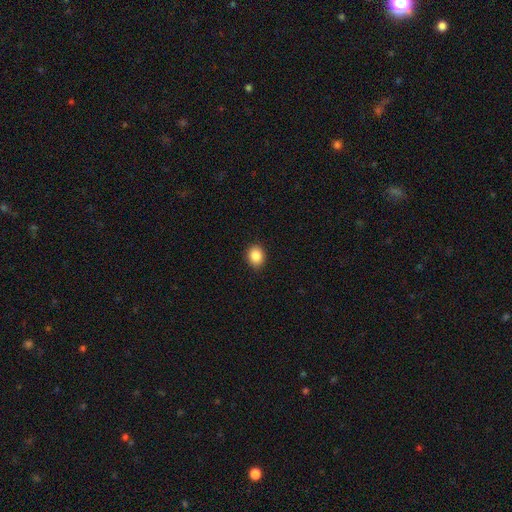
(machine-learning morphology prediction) Smooth or featured: smooth — 87% (star or artifact — 9%)
How rounded: round — 57% (in between — 42%)
Merging: none — 88% (minor disturbance — 9%)